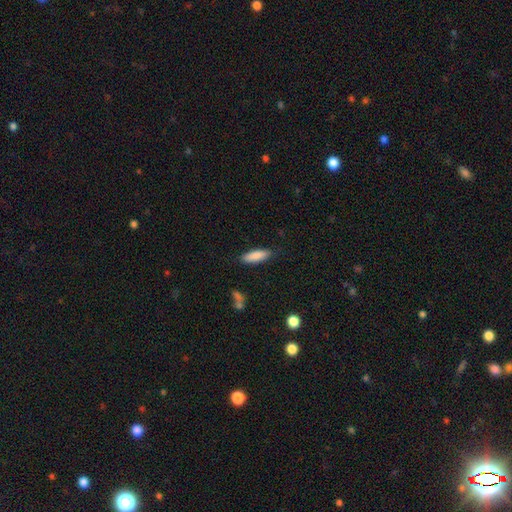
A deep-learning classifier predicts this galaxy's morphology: Smooth or featured? smooth (86%)
How rounded? in between (50%)
Merging? none (84%)